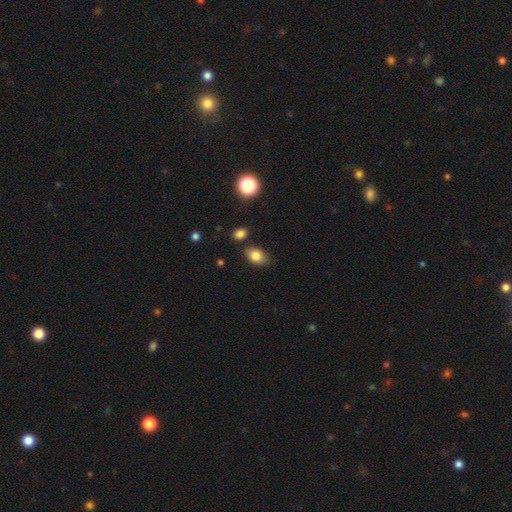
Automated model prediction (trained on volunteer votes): This is clearly a smooth galaxy (83%). How rounded: likely in between (74%). Merging: likely none (76%).